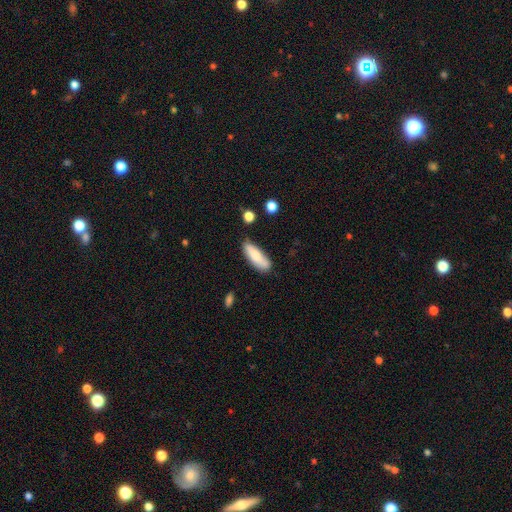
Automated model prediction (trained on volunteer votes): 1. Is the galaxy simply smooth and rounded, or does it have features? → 78% smooth, 16% featured or disk, 6% star or artifact.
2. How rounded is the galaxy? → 55% in between, 43% cigar-shaped, 2% round.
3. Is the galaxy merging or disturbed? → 72% none, 20% minor disturbance, 4% major disturbance, 4% merger.